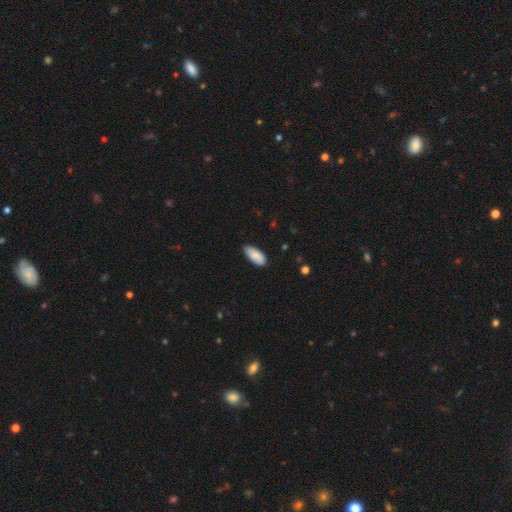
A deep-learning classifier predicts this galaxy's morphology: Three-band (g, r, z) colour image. It shows a smooth galaxy with no disk features (88%) that is in between round and cigar-shaped (90%). Merging: none (74%).